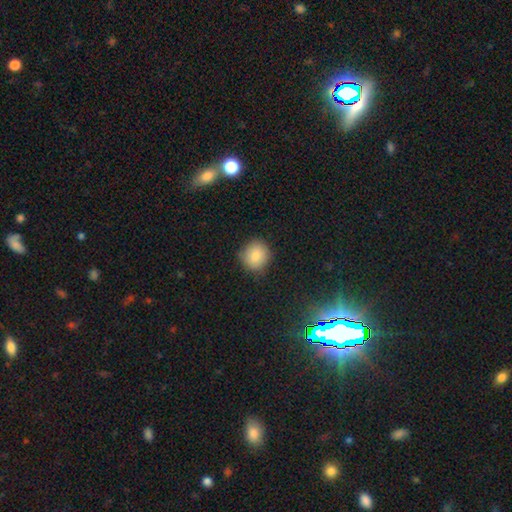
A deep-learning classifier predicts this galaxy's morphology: Smooth or featured?
  - smooth: 83% *
  - star or artifact: 9%
  - featured or disk: 7%
How rounded?
  - round: 88% *
  - in between: 11%
  - cigar-shaped: 1%
Merging?
  - none: 83% *
  - minor disturbance: 13%
  - major disturbance: 3%
  - merger: 1%